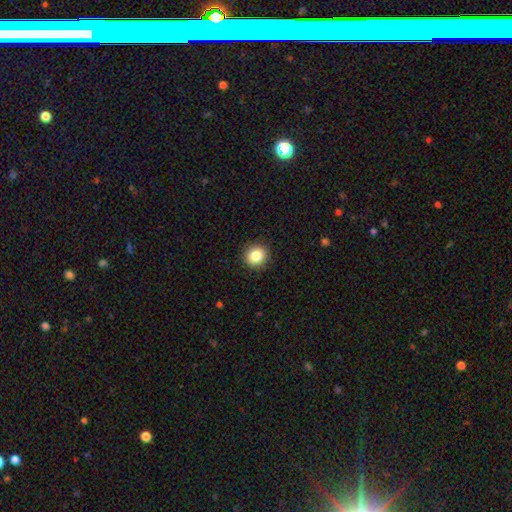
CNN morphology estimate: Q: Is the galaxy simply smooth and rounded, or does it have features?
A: smooth — 85%.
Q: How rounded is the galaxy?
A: round — 90%.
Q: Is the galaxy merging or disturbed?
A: none — 92%.